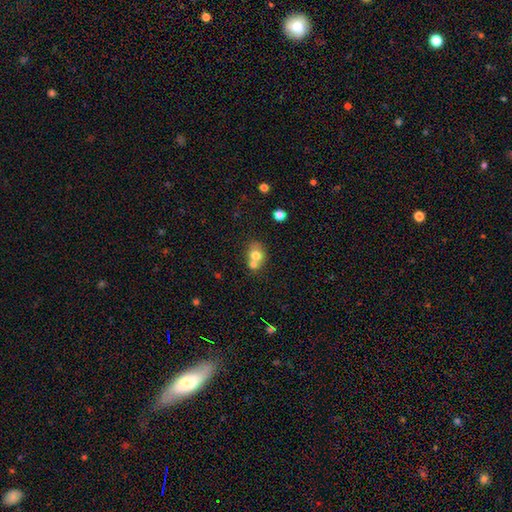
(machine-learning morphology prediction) This appears to be a smooth galaxy with no disk features (72%) that is round (60%). Merging: merger (53%).